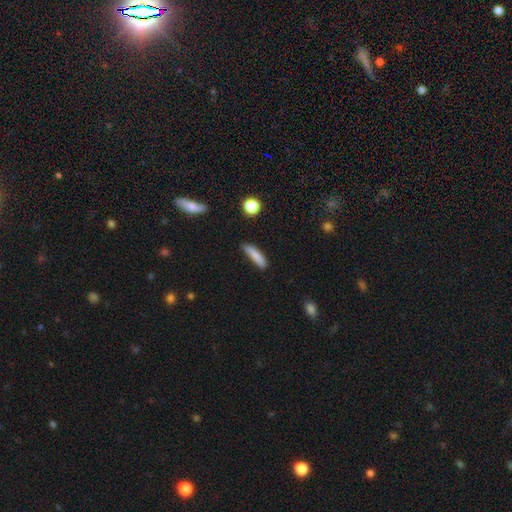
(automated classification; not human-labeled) smooth_or_featured: smooth (p=0.81) [alt: featured or disk p=0.11]
how_rounded: cigar-shaped (p=0.77) [alt: in between p=0.21]
merging: none (p=0.65) [alt: minor disturbance p=0.26]